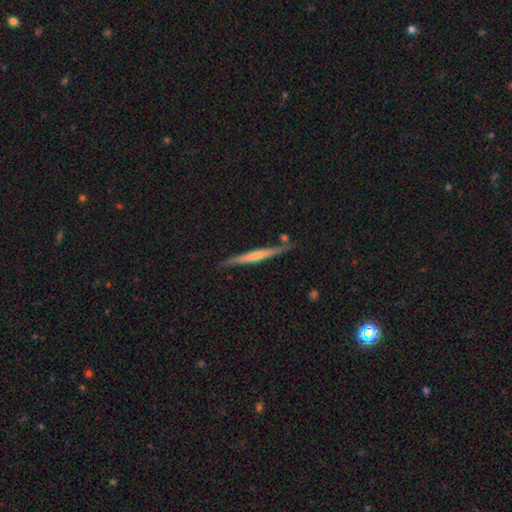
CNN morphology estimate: A featured or disk galaxy (53%) viewed edge-on (97%) with no central bulge (56%).

Vote fractions:
- Smooth or featured? featured or disk: 53% / smooth: 42% / star or artifact: 5%
- Edge-on disk? yes: 97% / no: 3%
- Edge-on bulge? none: 56% / rounded: 29% / boxy: 15%
- Merging? none: 84% / minor disturbance: 10% / merger: 3% / major disturbance: 2%